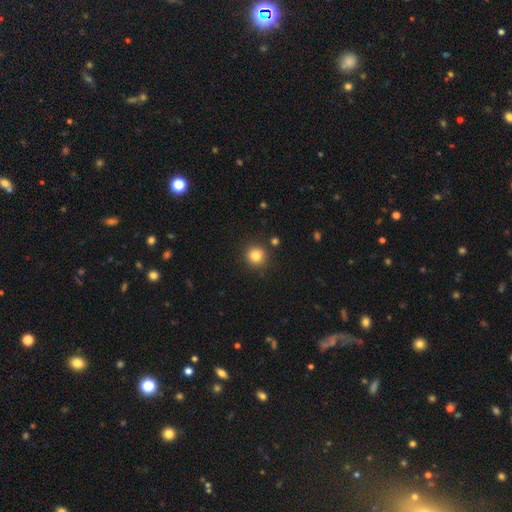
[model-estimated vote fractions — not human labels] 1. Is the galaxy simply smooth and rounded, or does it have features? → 83% smooth, 11% star or artifact, 6% featured or disk.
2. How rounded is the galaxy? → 92% round, 7% in between, 1% cigar-shaped.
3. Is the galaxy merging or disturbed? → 86% none, 8% minor disturbance, 3% merger, 3% major disturbance.